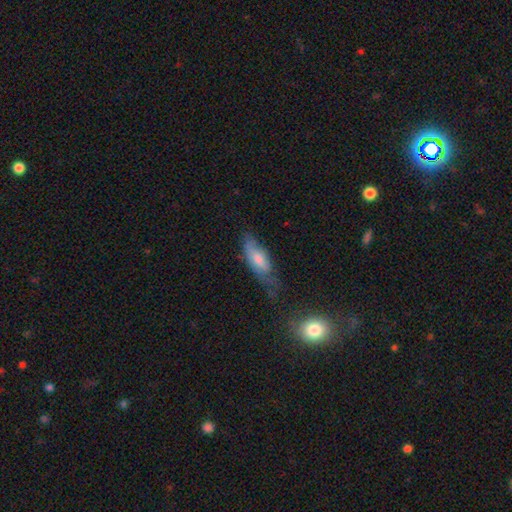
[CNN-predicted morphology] Smooth or featured? Predicted: smooth (p=0.52). How rounded? Predicted: in between (p=0.62). Merging? Predicted: none (p=0.52).